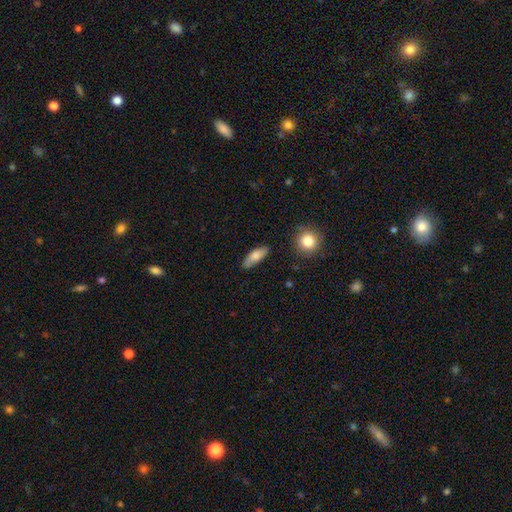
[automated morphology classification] Q: Smooth or featured?
A: smooth (76%); runner-up: featured or disk (17%)
Q: How rounded?
A: in between (70%); runner-up: cigar-shaped (27%)
Q: Merging?
A: none (79%); runner-up: minor disturbance (15%)